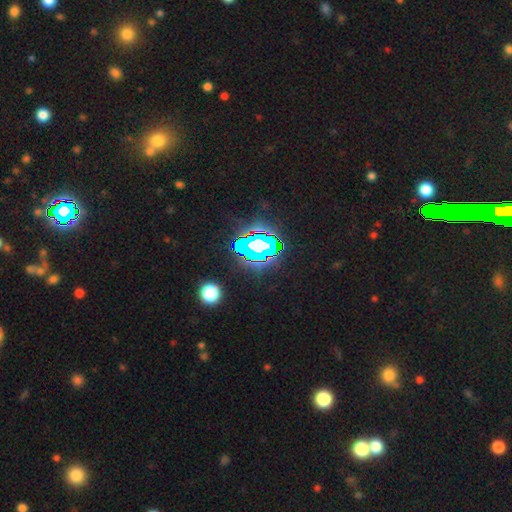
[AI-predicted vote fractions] Smooth or featured?
  - star or artifact: 81% *
  - smooth: 11%
  - featured or disk: 8%